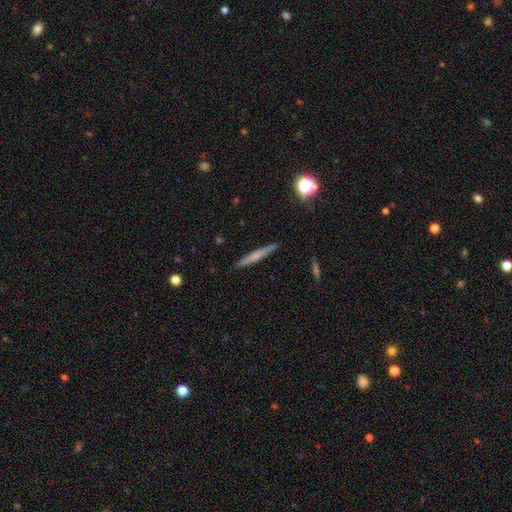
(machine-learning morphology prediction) Smooth or featured? smooth (52%)
How rounded? cigar-shaped (95%)
Merging? none (90%)